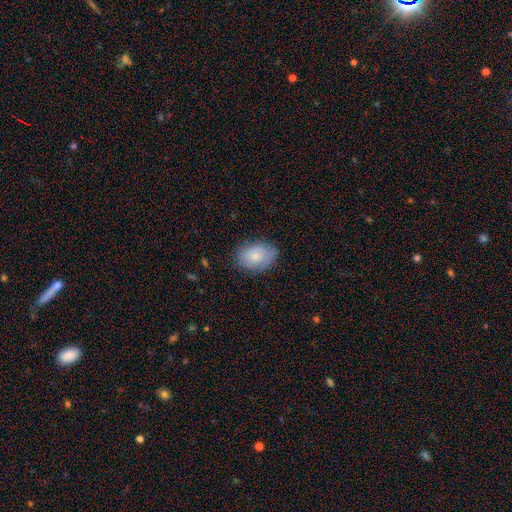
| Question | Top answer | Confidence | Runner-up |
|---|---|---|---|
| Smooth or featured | smooth | 68% | featured or disk (25%) |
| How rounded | in between | 67% | round (30%) |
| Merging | none | 89% | minor disturbance (11%) |